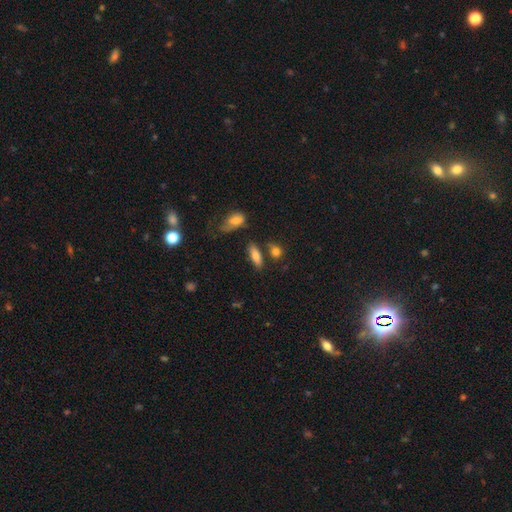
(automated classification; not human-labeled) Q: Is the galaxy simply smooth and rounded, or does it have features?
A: smooth — 78%.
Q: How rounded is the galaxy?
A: in between — 63%.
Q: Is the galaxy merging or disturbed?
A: none — 69%.